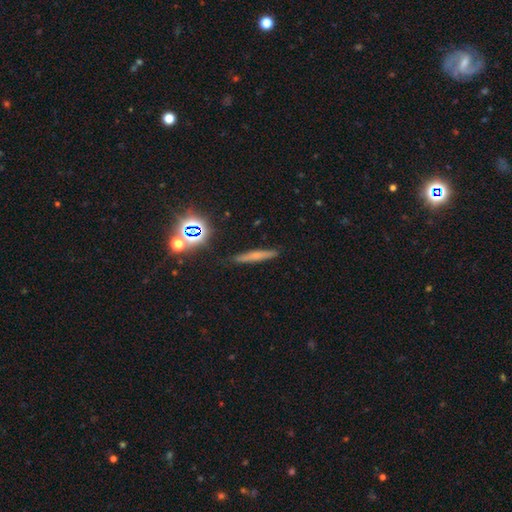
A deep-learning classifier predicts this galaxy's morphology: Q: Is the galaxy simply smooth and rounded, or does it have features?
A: smooth — 52%.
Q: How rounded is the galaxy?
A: cigar-shaped — 90%.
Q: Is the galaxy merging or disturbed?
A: none — 87%.